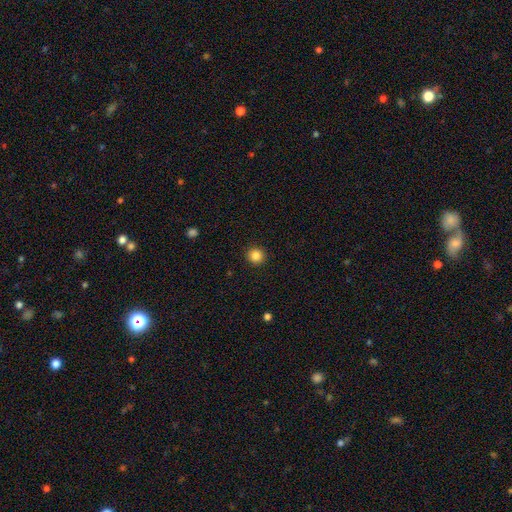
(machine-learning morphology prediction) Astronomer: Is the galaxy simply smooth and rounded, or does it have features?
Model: smooth — 85%.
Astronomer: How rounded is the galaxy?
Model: round — 94%.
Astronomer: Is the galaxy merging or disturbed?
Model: none — 93%.